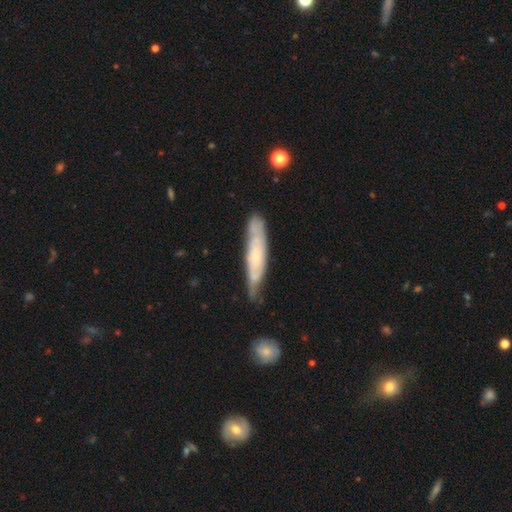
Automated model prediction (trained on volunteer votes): Smooth or featured: featured or disk — 56% (smooth — 38%)
Edge-on disk: yes — 51% (no — 49%)
Merging: none — 62% (minor disturbance — 28%)